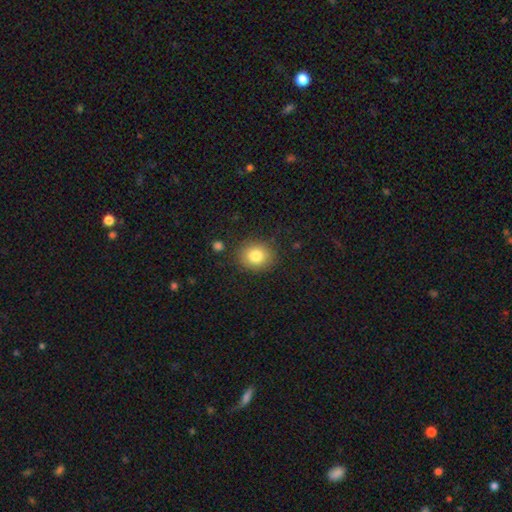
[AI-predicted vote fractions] A smooth galaxy with no disk features (81%) that is round (73%). Merging: none (85%).